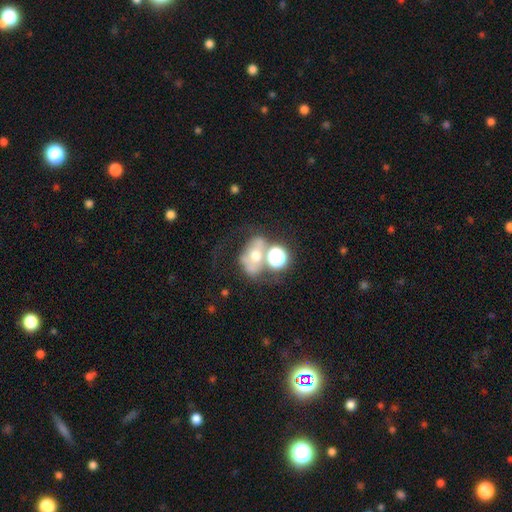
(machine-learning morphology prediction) This is marginally a featured or disk galaxy (44%). Merging: marginally merger (35%).